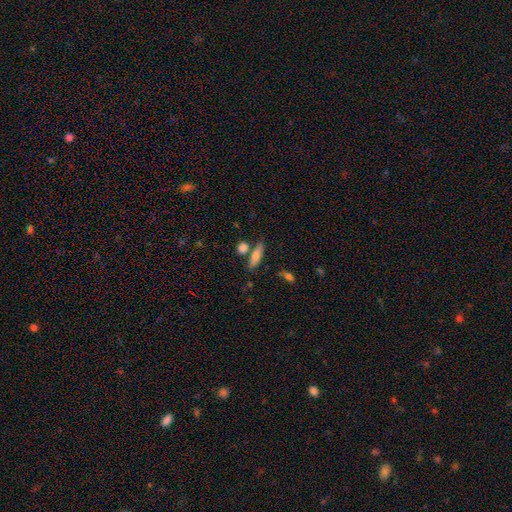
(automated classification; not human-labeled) Smooth or featured: smooth — 76% (featured or disk — 17%)
How rounded: cigar-shaped — 54% (in between — 41%)
Merging: none — 66% (merger — 17%)